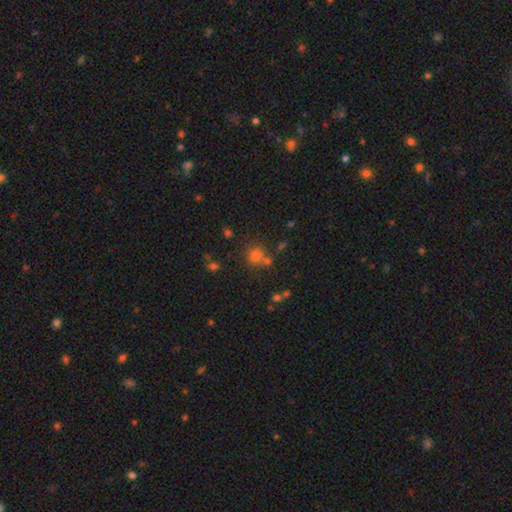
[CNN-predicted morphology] Q: Smooth or featured?
A: smooth (63%); runner-up: star or artifact (28%)
Q: How rounded?
A: round (80%); runner-up: in between (19%)
Q: Merging?
A: none (64%); runner-up: merger (20%)